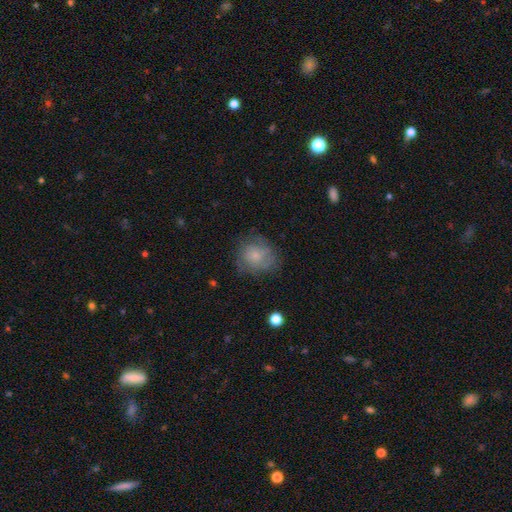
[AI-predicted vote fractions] Q: Smooth or featured?
A: smooth (56%); runner-up: featured or disk (35%)
Q: How rounded?
A: round (74%); runner-up: in between (25%)
Q: Merging?
A: none (63%); runner-up: minor disturbance (23%)